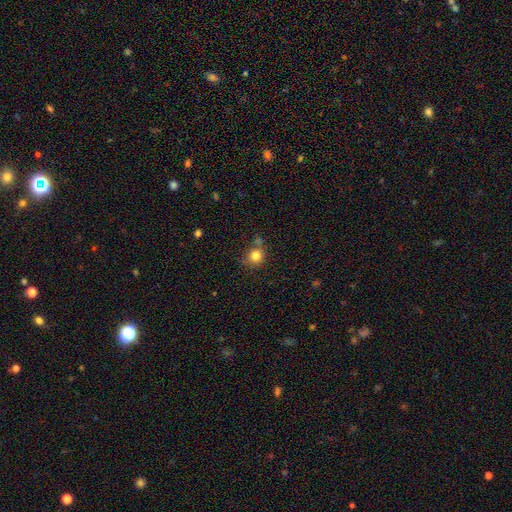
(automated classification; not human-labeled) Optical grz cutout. It shows a smooth galaxy with no disk features (82%) that is round (88%). Merging: none (65%).